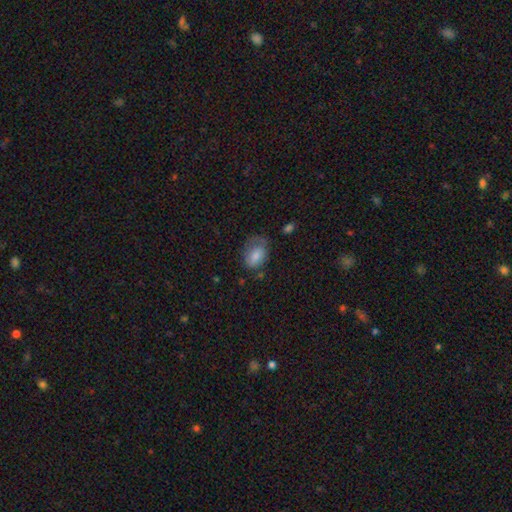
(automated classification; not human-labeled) Smooth or featured? smooth (74%)
How rounded? in between (81%)
Merging? none (45%)